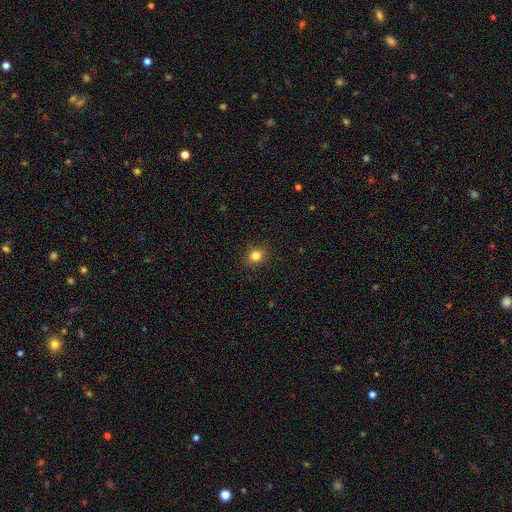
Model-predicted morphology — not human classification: This appears to be a smooth galaxy with no disk features (83%) that is round (83%). Merging: none (90%).